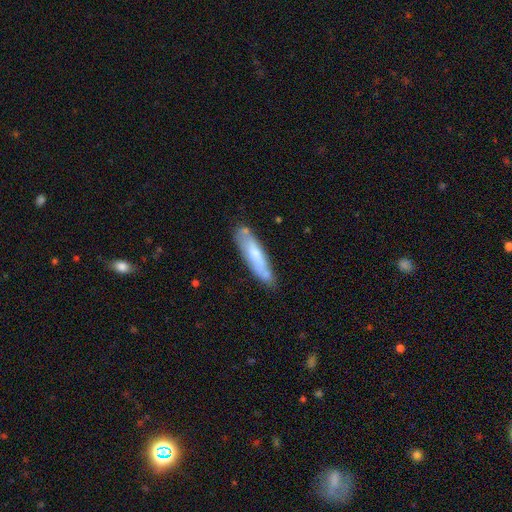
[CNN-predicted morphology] Smooth or featured? Predicted: smooth (p=0.60). How rounded? Predicted: cigar-shaped (p=0.76). Merging? Predicted: none (p=0.68).